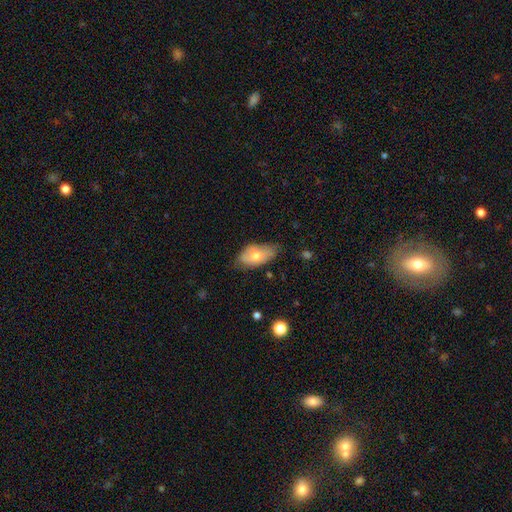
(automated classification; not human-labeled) The model was most divided on "merging": none: 56%, minor disturbance: 35%, major disturbance: 7%, merger: 2%. More confident: how rounded — in between (92%); smooth or featured — smooth (64%).